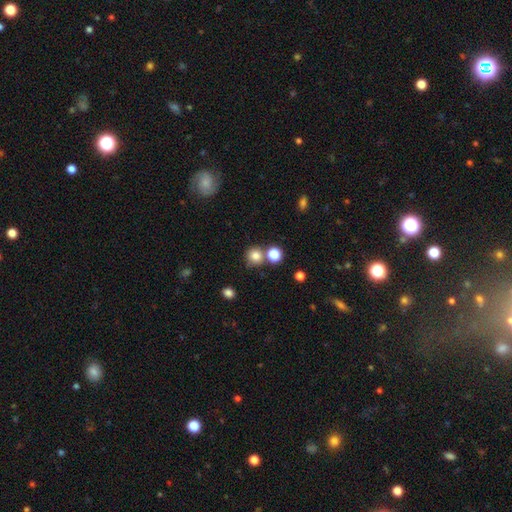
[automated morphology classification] smooth_or_featured: smooth (p=0.81) [alt: star or artifact p=0.13]
how_rounded: round (p=0.90) [alt: in between p=0.09]
merging: none (p=0.69) [alt: merger p=0.17]